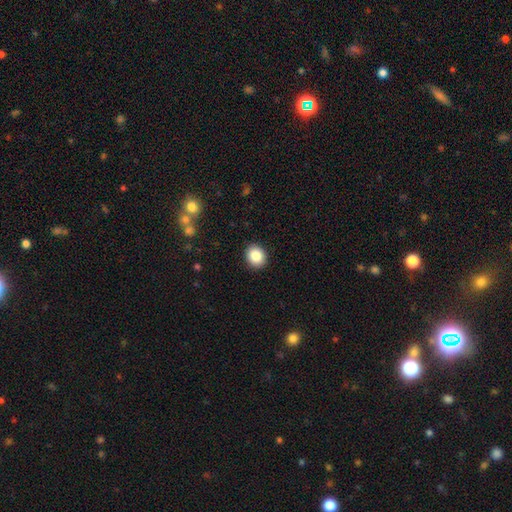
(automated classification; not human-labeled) Q: Smooth or featured?
A: smooth (86%); runner-up: star or artifact (9%)
Q: How rounded?
A: round (66%); runner-up: in between (33%)
Q: Merging?
A: none (91%); runner-up: minor disturbance (6%)